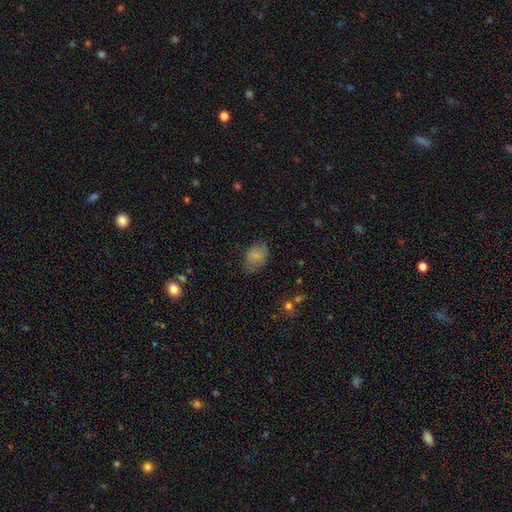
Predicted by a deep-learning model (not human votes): smooth_or_featured: smooth (p=0.79) [alt: featured or disk p=0.12]
how_rounded: in between (p=0.74) [alt: round p=0.25]
merging: none (p=0.68) [alt: minor disturbance p=0.24]